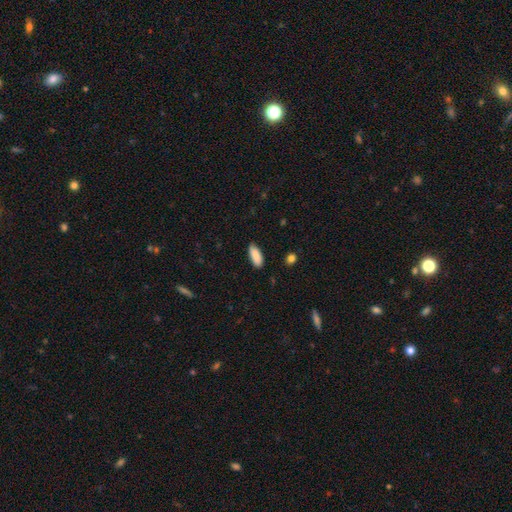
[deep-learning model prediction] This appears to be a smooth galaxy with no disk features (89%) that is in between round and cigar-shaped (80%). Merging: none (84%).